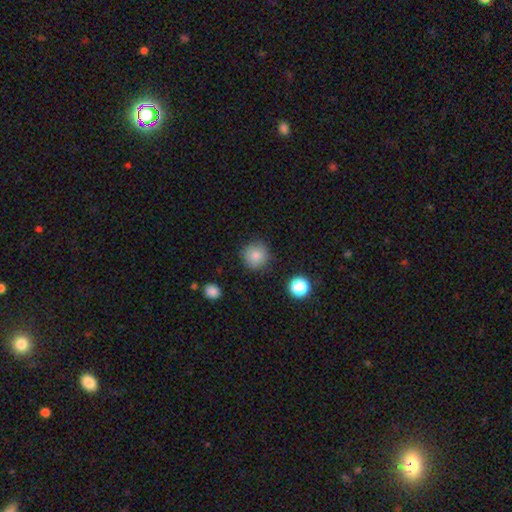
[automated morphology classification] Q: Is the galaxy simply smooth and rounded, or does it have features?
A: smooth — 82%.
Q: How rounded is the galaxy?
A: round — 94%.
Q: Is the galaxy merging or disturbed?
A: none — 86%.